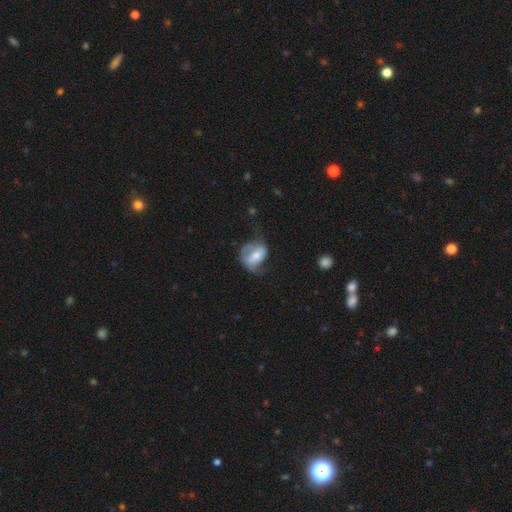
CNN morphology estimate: Smooth or featured? featured or disk (57%)
Edge-on disk? no (96%)
Bar? weak (37%)
Spiral arms? yes (72%)
Bulge size? moderate (48%)
Merging? none (41%)